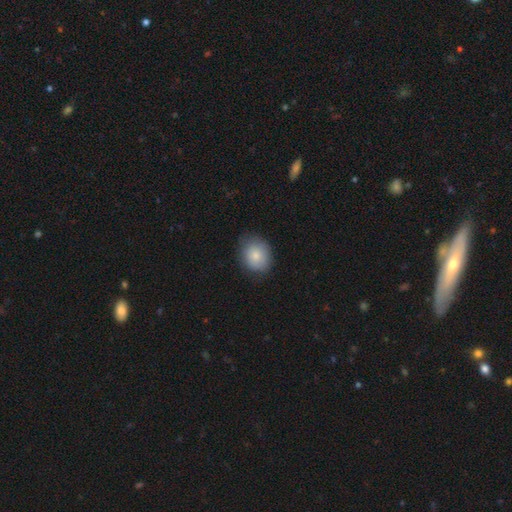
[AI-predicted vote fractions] Smooth or featured? Predicted: smooth (p=0.82). How rounded? Predicted: round (p=0.56). Merging? Predicted: none (p=0.77).